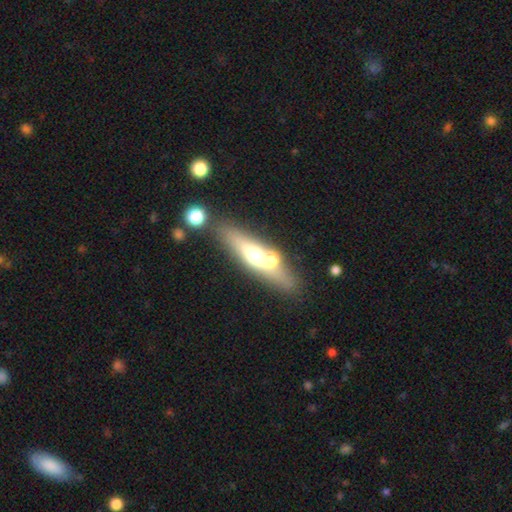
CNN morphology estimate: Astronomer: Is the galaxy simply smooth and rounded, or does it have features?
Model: featured or disk — 49% (runner-up: smooth, 42%).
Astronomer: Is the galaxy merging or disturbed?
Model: none — 60%.